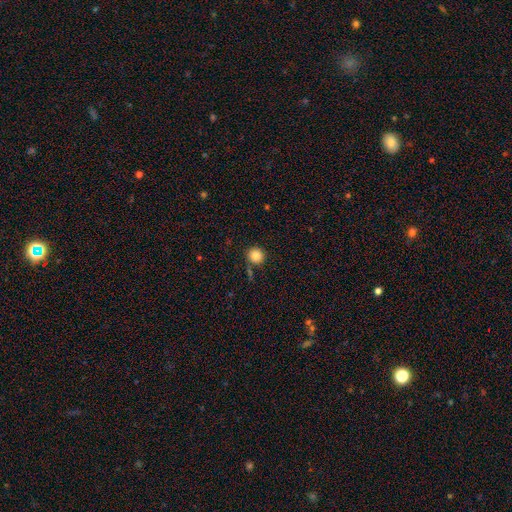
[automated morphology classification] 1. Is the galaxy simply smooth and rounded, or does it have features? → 86% smooth, 10% star or artifact, 4% featured or disk.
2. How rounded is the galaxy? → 94% round, 5% in between, 1% cigar-shaped.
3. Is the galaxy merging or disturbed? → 82% none, 9% minor disturbance, 5% merger, 3% major disturbance.